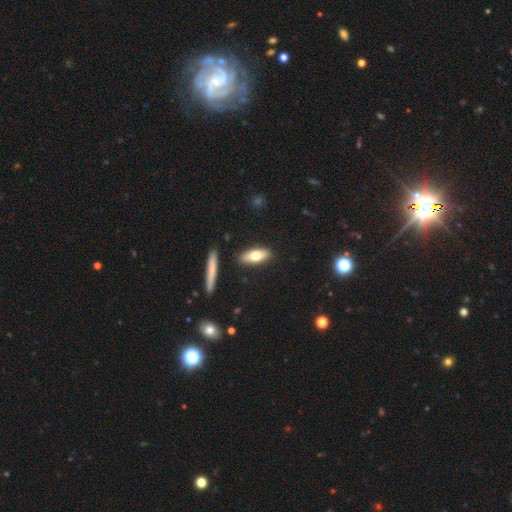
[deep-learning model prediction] Smooth or featured: smooth — 67% (featured or disk — 26%)
How rounded: in between — 67% (cigar-shaped — 30%)
Merging: none — 86% (minor disturbance — 9%)